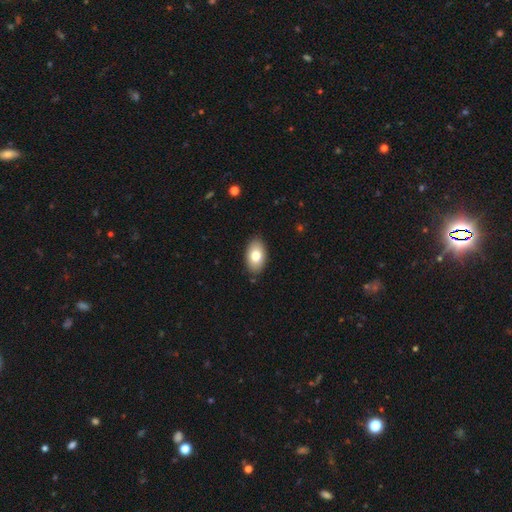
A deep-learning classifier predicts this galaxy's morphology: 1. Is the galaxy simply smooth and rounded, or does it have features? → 78% smooth, 15% featured or disk, 7% star or artifact.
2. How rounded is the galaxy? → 93% in between, 6% round, 1% cigar-shaped.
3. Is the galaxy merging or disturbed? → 87% none, 10% minor disturbance, 2% major disturbance, 1% merger.